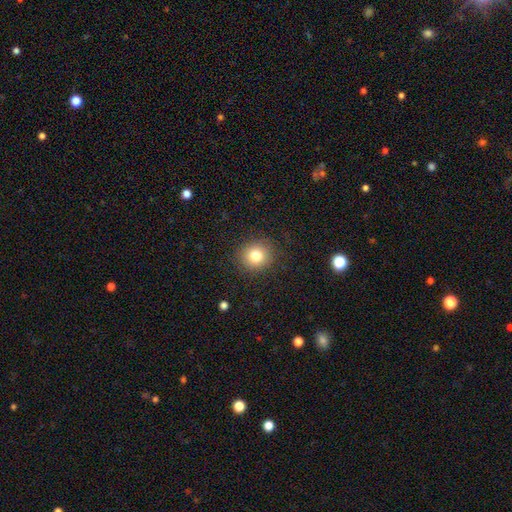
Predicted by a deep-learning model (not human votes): The model was most divided on "smooth or featured": smooth: 80%, star or artifact: 12%, featured or disk: 8%. More confident: merging — none (89%); how rounded — round (88%).